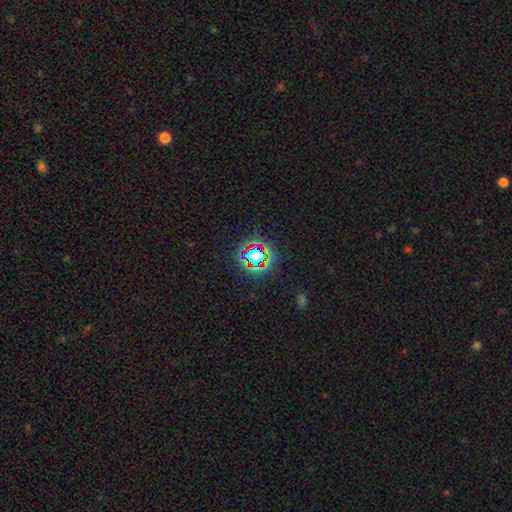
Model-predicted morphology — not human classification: A star or artifact, not a galaxy (70%).

Vote fractions:
- Smooth or featured? star or artifact: 70% / smooth: 19% / featured or disk: 11%